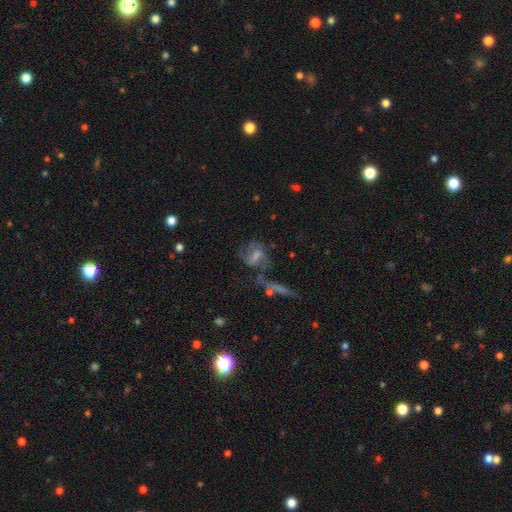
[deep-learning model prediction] A featured or disk galaxy (63%) with a weak bar (47%), spiral arms (77%) and a small central bulge (40%).

Vote fractions:
- Smooth or featured? featured or disk: 63% / smooth: 21% / star or artifact: 16%
- Edge-on disk? no: 93% / yes: 7%
- Bar? weak: 47% / no: 27% / strong: 25%
- Spiral arms? yes: 77% / no: 23%
- Bulge size? small: 40% / moderate: 35% / none: 18% / large: 5% / dominant: 2%
- Merging? none: 47% / major disturbance: 22% / minor disturbance: 17% / merger: 14%